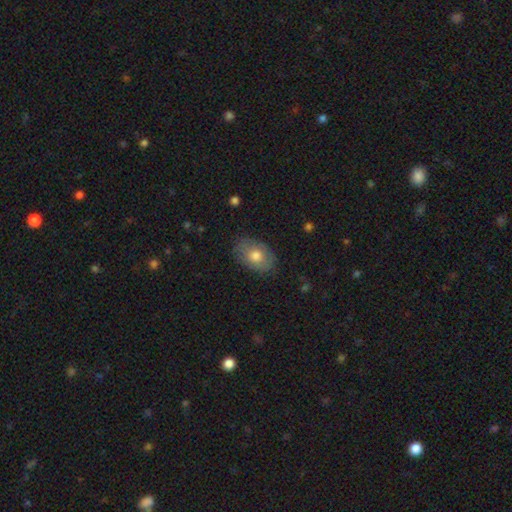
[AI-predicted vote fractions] The model was most divided on "smooth or featured": smooth: 71%, featured or disk: 22%, star or artifact: 7%. More confident: how rounded — in between (84%); merging — none (80%).